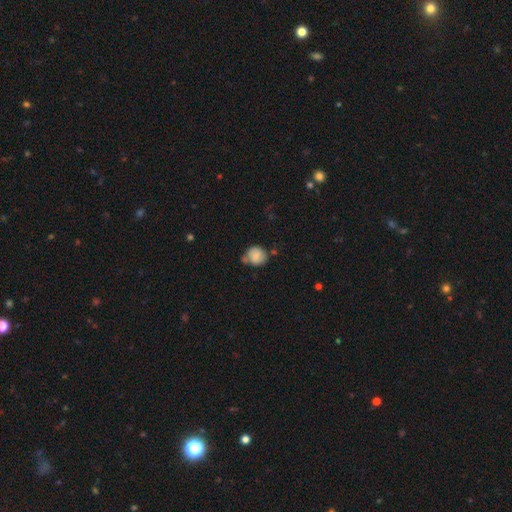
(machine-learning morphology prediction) Q: Smooth or featured?
A: smooth (81%); runner-up: featured or disk (10%)
Q: How rounded?
A: round (81%); runner-up: in between (18%)
Q: Merging?
A: none (52%); runner-up: minor disturbance (23%)